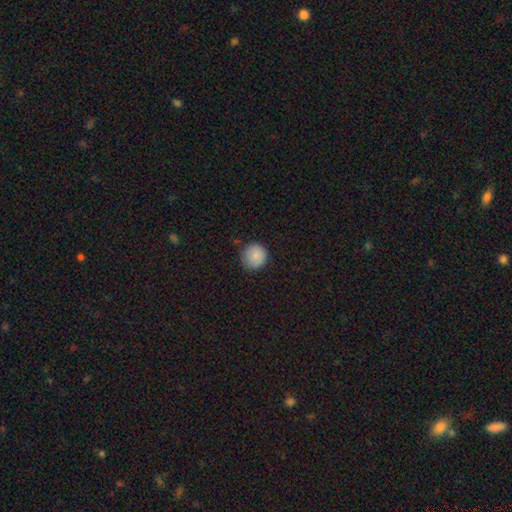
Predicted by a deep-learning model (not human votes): Morphology: type=smooth (87%); roundness=round (94%); merging=none (86%).